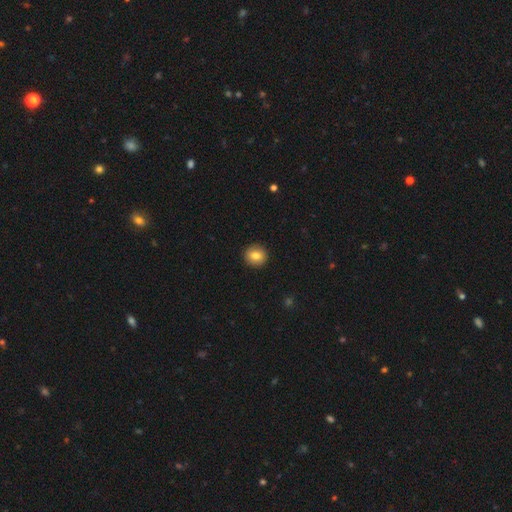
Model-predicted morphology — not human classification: Smooth or featured: smooth — 81% (featured or disk — 10%)
How rounded: round — 92% (in between — 7%)
Merging: none — 93% (minor disturbance — 5%)